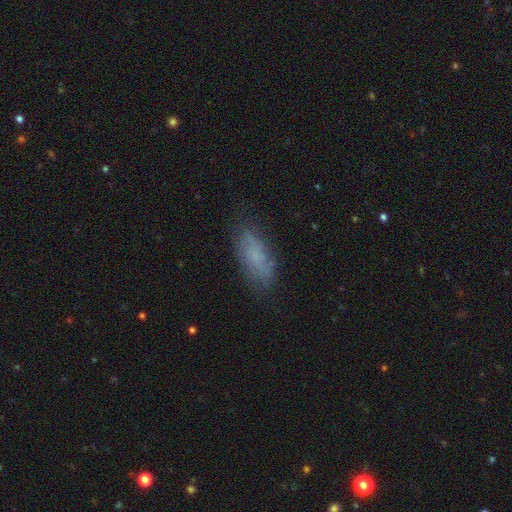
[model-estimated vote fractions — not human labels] Smooth or featured: smooth — 64% (featured or disk — 26%)
How rounded: in between — 78% (cigar-shaped — 20%)
Merging: none — 74% (minor disturbance — 19%)